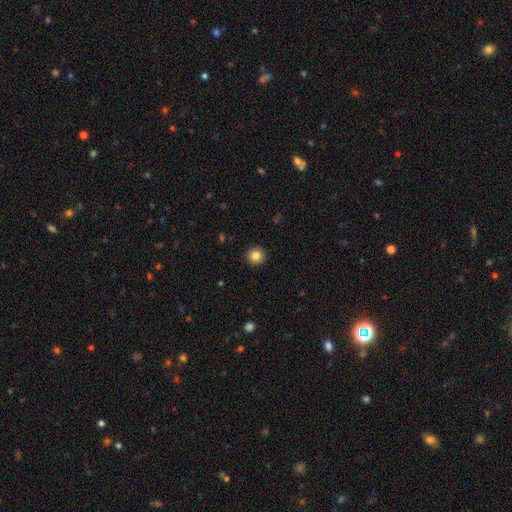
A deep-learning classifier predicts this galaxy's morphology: A smooth galaxy with no disk features (85%) that is round (94%).

Vote fractions:
- Smooth or featured? smooth: 85% / star or artifact: 10% / featured or disk: 5%
- How rounded? round: 94% / in between: 5% / cigar-shaped: 1%
- Merging? none: 93% / minor disturbance: 5% / major disturbance: 2% / merger: 1%